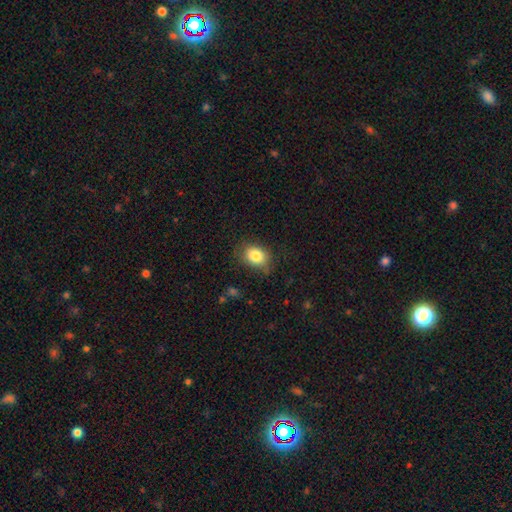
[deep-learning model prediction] A smooth galaxy with no disk features (84%) that is in between round and cigar-shaped (61%). Merging: none (74%).